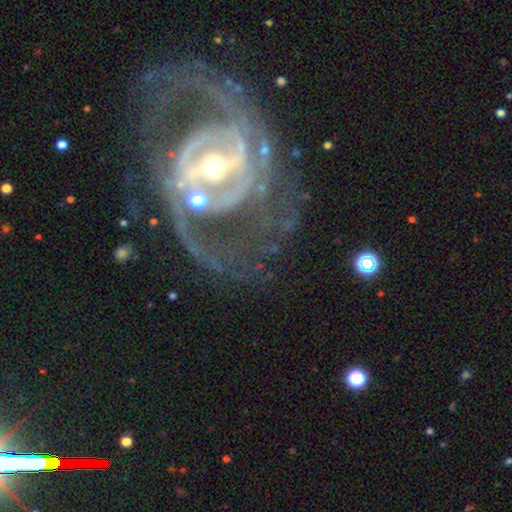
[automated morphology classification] smooth_or_featured: featured or disk (p=0.89) [alt: star or artifact p=0.07]
disk_edge_on: no (p=0.97) [alt: yes p=0.03]
bar: strong (p=0.54) [alt: weak p=0.31]
has_spiral_arms: yes (p=0.91) [alt: no p=0.09]
spiral_winding: medium (p=0.48) [alt: tight p=0.30]
spiral_arm_count: 2 (p=0.70) [alt: can't tell p=0.11]
bulge_size: moderate (p=0.56) [alt: small p=0.35]
merging: none (p=0.57) [alt: major disturbance p=0.23]